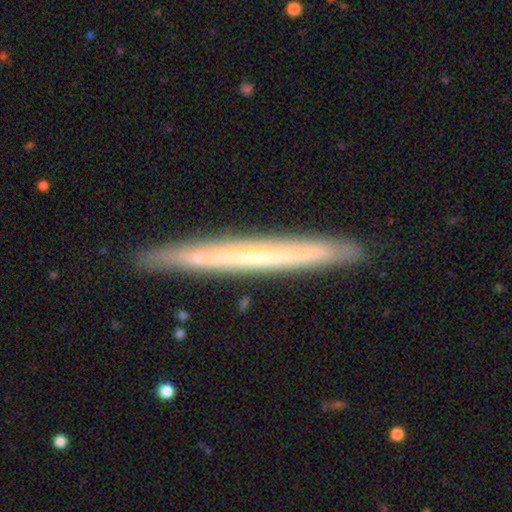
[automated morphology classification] This is likely a featured or disk galaxy (62%). It is clearly viewed edge-on (95%). Edge-on bulge: clearly none (86%). Merging: clearly none (89%).